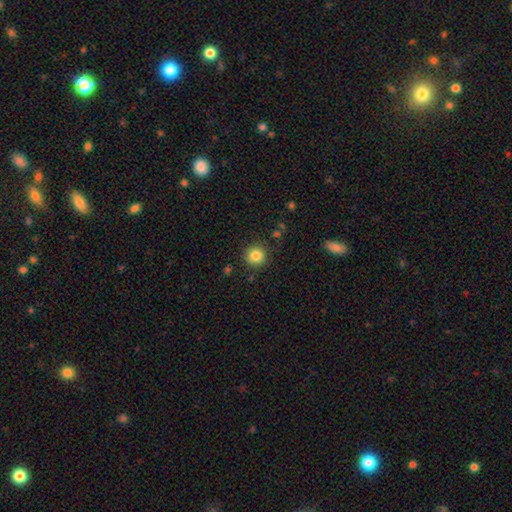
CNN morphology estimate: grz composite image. It shows a smooth galaxy with no disk features (84%) that is round (94%). Merging: none (88%).